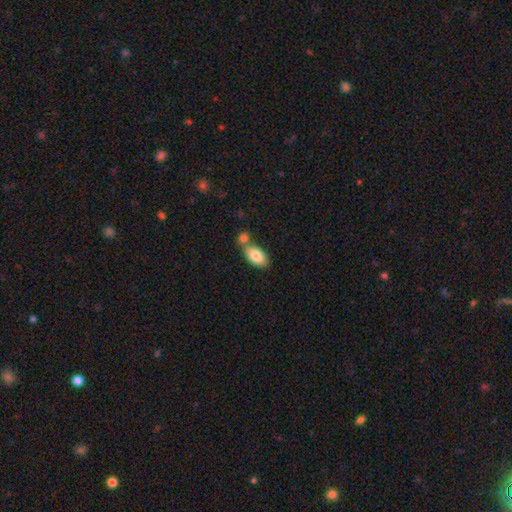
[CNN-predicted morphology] This is clearly a smooth galaxy (81%). How rounded: clearly in between (93%). Merging: possibly none (53%).